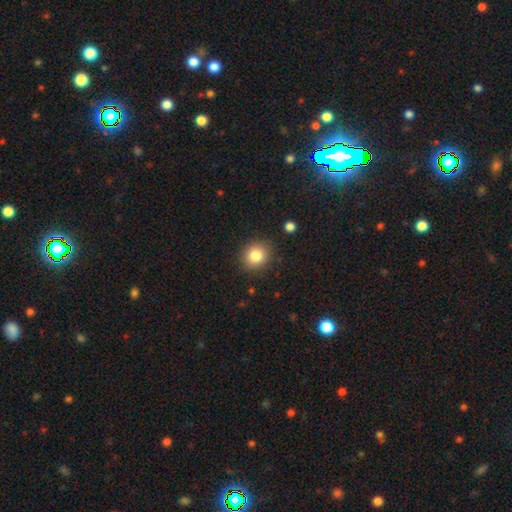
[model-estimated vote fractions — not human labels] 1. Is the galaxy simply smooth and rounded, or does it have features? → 82% smooth, 11% star or artifact, 7% featured or disk.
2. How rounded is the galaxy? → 77% round, 22% in between, 1% cigar-shaped.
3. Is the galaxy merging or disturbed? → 87% none, 9% minor disturbance, 3% major disturbance, 2% merger.